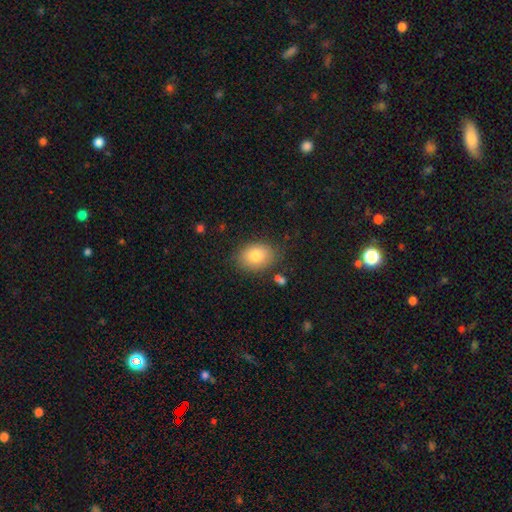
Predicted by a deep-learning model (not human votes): A smooth galaxy with no disk features (81%) that is in between round and cigar-shaped (70%). Merging: none (81%).